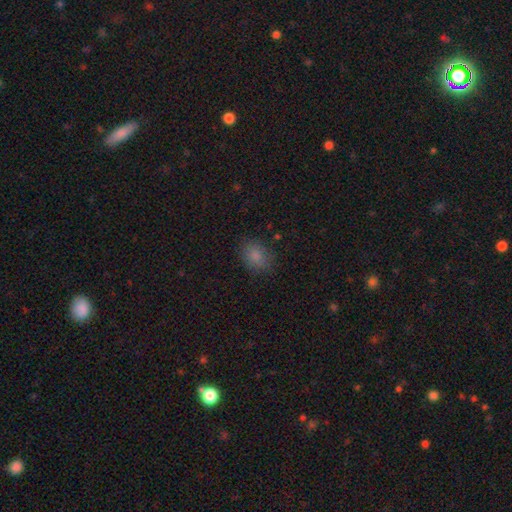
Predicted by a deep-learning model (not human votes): Smooth or featured: smooth — 83% (star or artifact — 11%)
How rounded: in between — 62% (round — 37%)
Merging: none — 82% (minor disturbance — 13%)